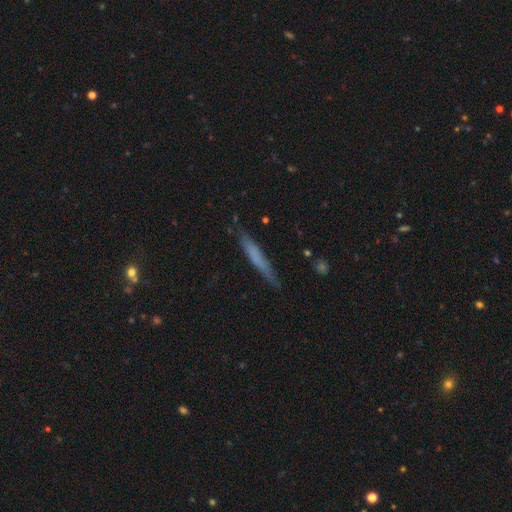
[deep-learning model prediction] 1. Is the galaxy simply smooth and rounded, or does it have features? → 58% smooth, 35% featured or disk, 7% star or artifact.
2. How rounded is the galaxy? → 95% cigar-shaped, 4% in between, 1% round.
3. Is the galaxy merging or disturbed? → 79% none, 16% minor disturbance, 3% major disturbance, 2% merger.